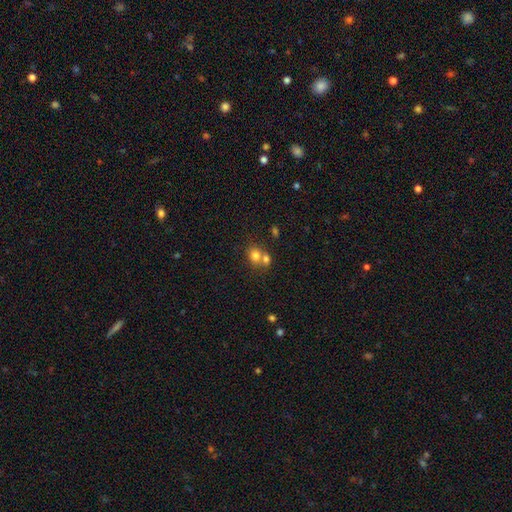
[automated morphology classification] smooth 76%, featured or disk 12%, star or artifact 12%. Down the decision tree: how rounded — round (57%); merging — merger (51%).